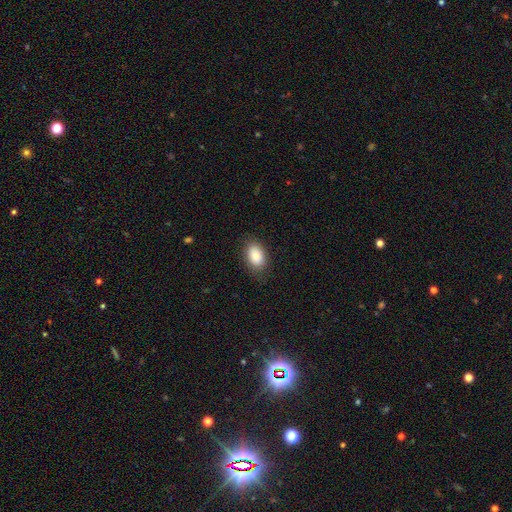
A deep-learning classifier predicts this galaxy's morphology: Smooth or featured: smooth — 83% (featured or disk — 10%)
How rounded: in between — 87% (round — 11%)
Merging: none — 82% (minor disturbance — 13%)